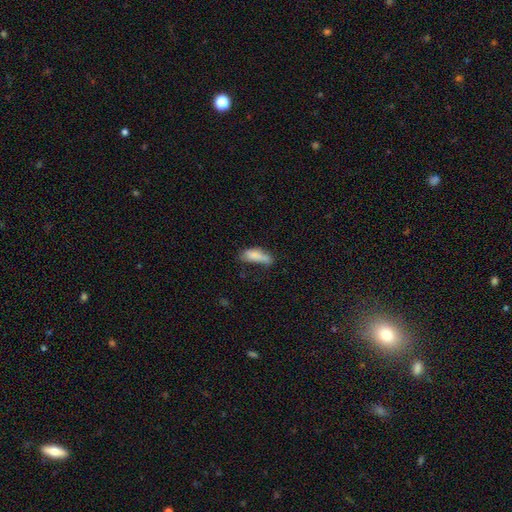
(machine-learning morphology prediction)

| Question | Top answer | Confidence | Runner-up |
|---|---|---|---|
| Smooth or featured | smooth | 80% | featured or disk (12%) |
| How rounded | in between | 71% | cigar-shaped (27%) |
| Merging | none | 38% | minor disturbance (33%) |